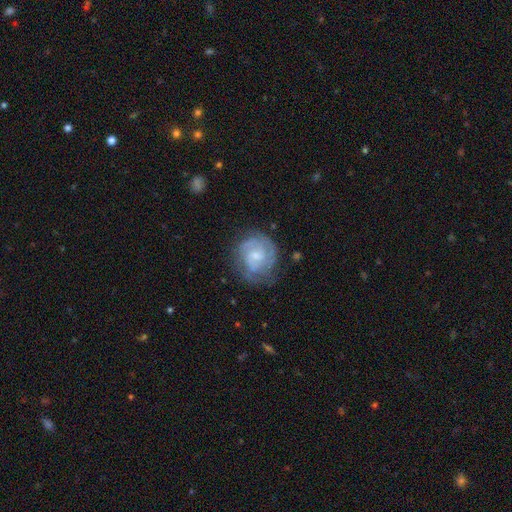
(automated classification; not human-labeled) smooth-or-featured: featured or disk: 78% | smooth: 16% | star or artifact: 6%
  disk-edge-on: no: 98% | yes: 2%
    bar: no: 54% | weak: 40% | strong: 6%
    has-spiral-arms: yes: 93% | no: 7%
      spiral-winding: tight: 60% | medium: 33% | loose: 7%
      spiral-arm-count: 2: 42% | can't tell: 26% | 3: 20% | 1: 5% | 4: 4% | more than 4: 3%
    bulge-size: small: 53% | moderate: 36% | none: 8% | large: 3% | dominant: 1%
  merging: none: 69% | minor disturbance: 20% | major disturbance: 9% | merger: 2%